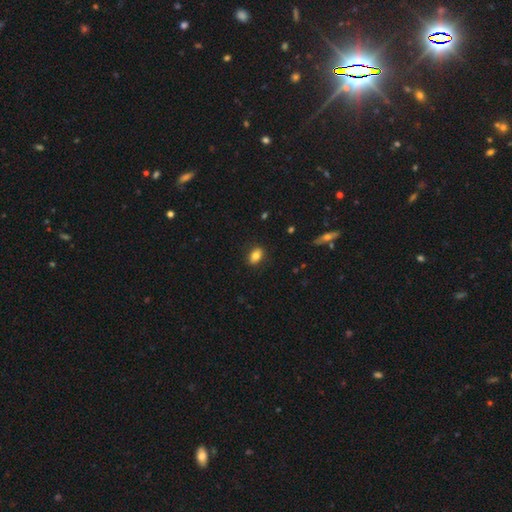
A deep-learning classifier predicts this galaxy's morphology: This appears to be a smooth galaxy with no disk features (82%) that is in between round and cigar-shaped (83%). Merging: none (87%).